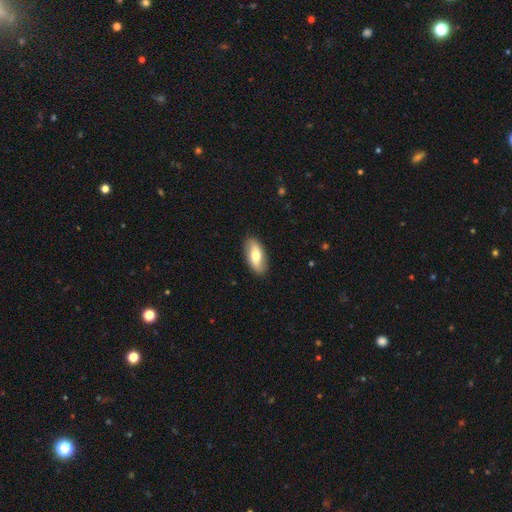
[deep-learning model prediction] Smooth or featured? Predicted: smooth (p=0.63). How rounded? Predicted: in between (p=0.87). Merging? Predicted: none (p=0.88).